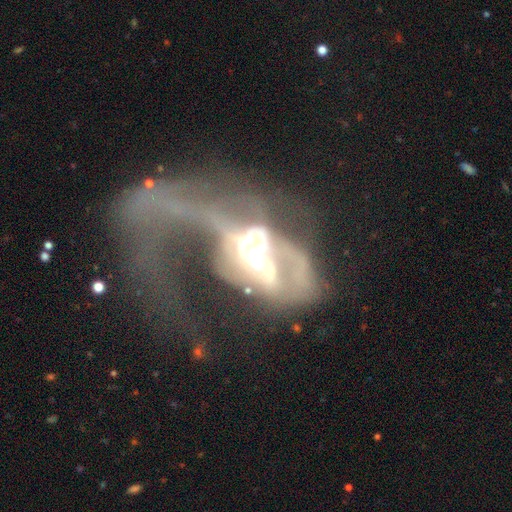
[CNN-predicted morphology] smooth_or_featured: featured or disk (p=0.73) [alt: smooth p=0.14]
disk_edge_on: no (p=0.94) [alt: yes p=0.06]
bar: no (p=0.67) [alt: weak p=0.21]
has_spiral_arms: no (p=0.53) [alt: yes p=0.47]
bulge_size: moderate (p=0.54) [alt: large p=0.26]
merging: merger (p=0.46) [alt: major disturbance p=0.44]